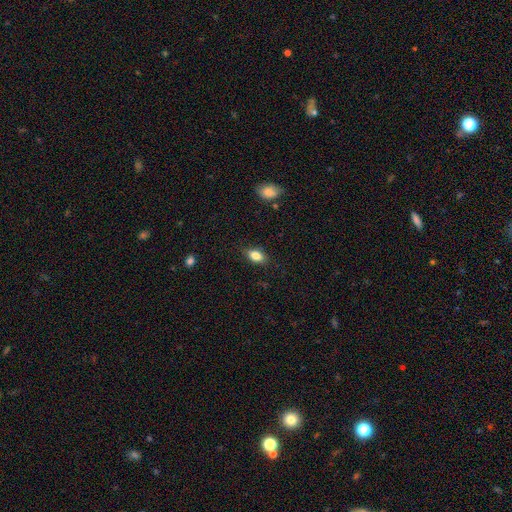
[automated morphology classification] This appears to be a smooth galaxy with no disk features (83%) that is in between round and cigar-shaped (86%). Merging: none (83%).